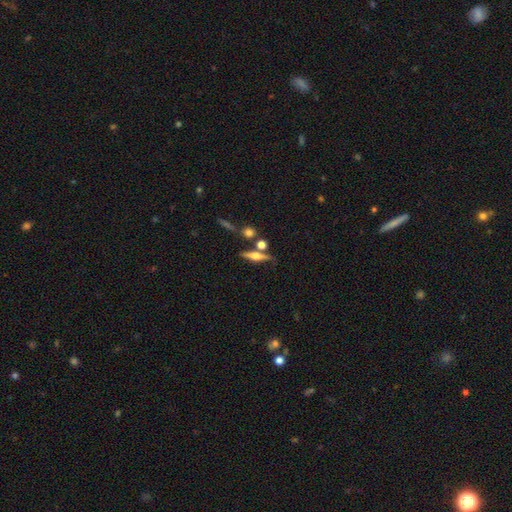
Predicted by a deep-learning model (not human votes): A featured or disk galaxy (63%) viewed edge-on (95%) with a rounded central bulge (91%).

Vote fractions:
- Smooth or featured? featured or disk: 63% / smooth: 28% / star or artifact: 9%
- Edge-on disk? yes: 95% / no: 5%
- Edge-on bulge? rounded: 91% / boxy: 6% / none: 4%
- Merging? none: 72% / merger: 13% / minor disturbance: 11% / major disturbance: 4%